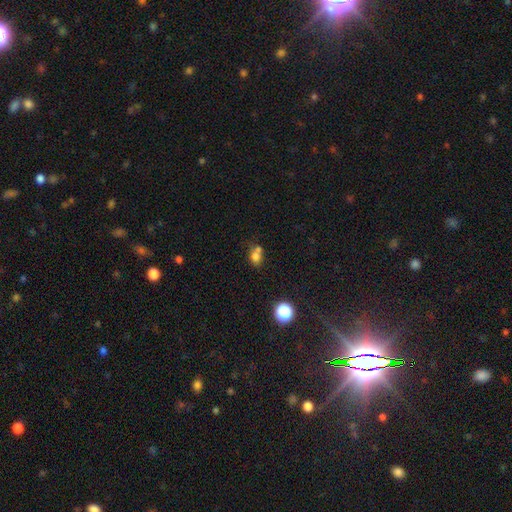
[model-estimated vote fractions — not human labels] This appears to be a smooth galaxy with no disk features (72%) that is round (49%, tied with in between). Merging: merger (46%).